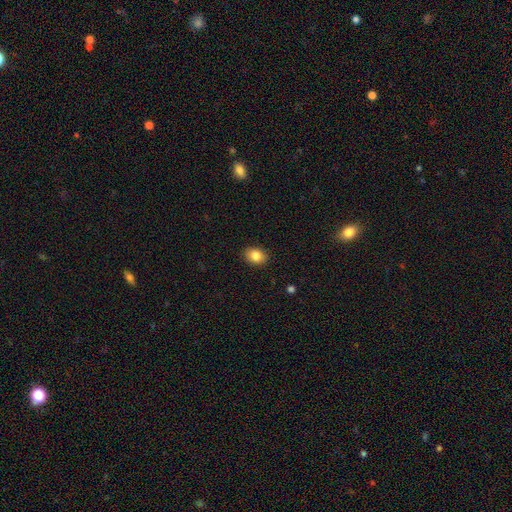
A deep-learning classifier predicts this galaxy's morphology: Overall: smooth (84%). How rounded: in between (66%; round 33%). Merging: none (89%).